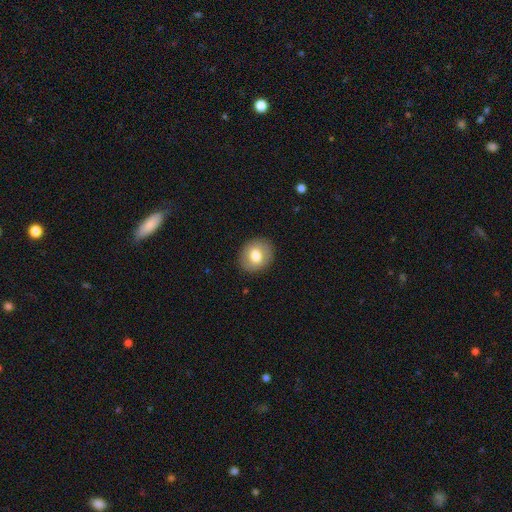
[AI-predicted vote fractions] Morphology: type=smooth (75%); roundness=round (69%); merging=none (89%).